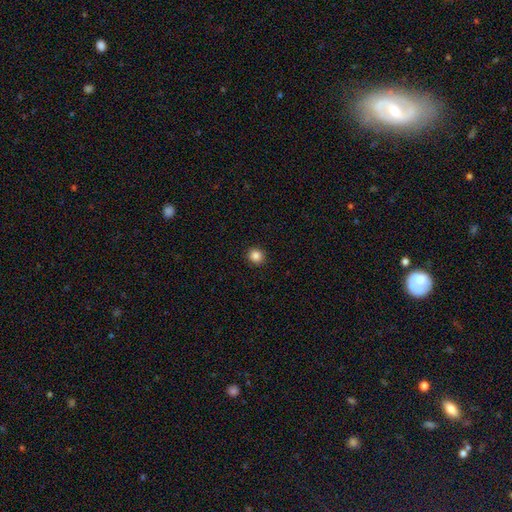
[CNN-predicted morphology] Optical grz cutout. It shows a smooth galaxy with no disk features (86%) that is round (89%). Merging: none (92%).